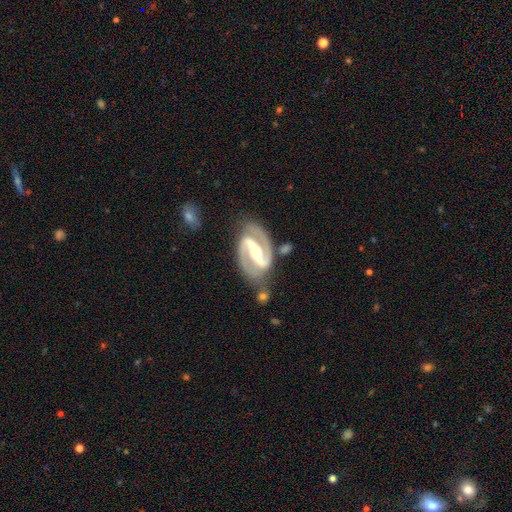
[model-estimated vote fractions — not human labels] This is clearly a featured or disk galaxy (93%). It is clearly not viewed edge-on (97%). Bar: likely strong (75%). Spiral arm pattern: clearly yes (98%). Spiral arm count: clearly 2 (94%). Spiral winding: possibly medium (58%). Central bulge: likely moderate (70%). Merging: likely none (75%).